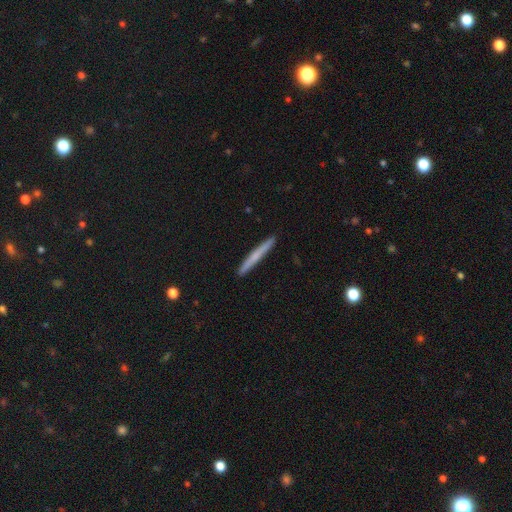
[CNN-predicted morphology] The model was most divided on "smooth or featured": smooth: 57%, featured or disk: 37%, star or artifact: 6%. More confident: how rounded — cigar-shaped (97%); merging — none (92%).